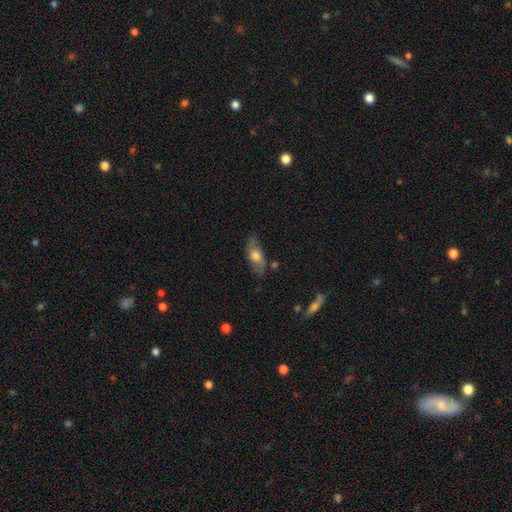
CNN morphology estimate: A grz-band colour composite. It shows a smooth galaxy with no disk features (52%) that is in between round and cigar-shaped (77%). Merging: none (72%).